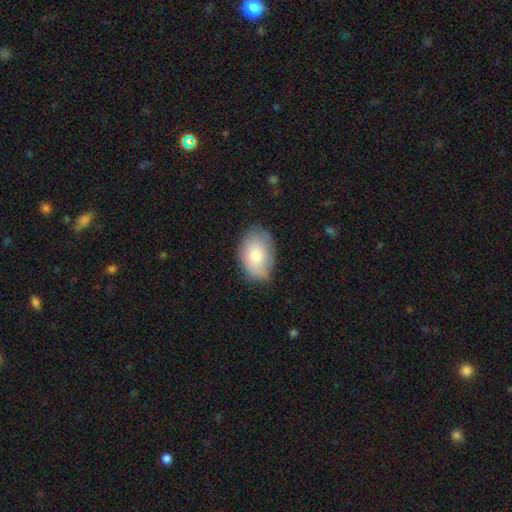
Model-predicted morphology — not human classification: Smooth or featured? Predicted: smooth (p=0.77). How rounded? Predicted: in between (p=0.87). Merging? Predicted: none (p=0.77).